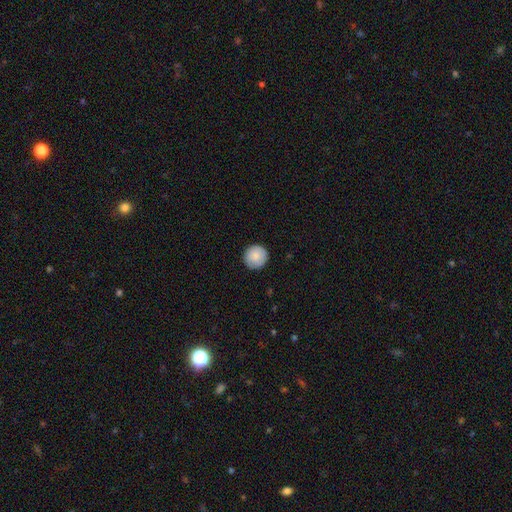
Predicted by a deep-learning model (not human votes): Smooth or featured: smooth — 86% (featured or disk — 8%)
How rounded: round — 94% (in between — 5%)
Merging: none — 90% (minor disturbance — 8%)